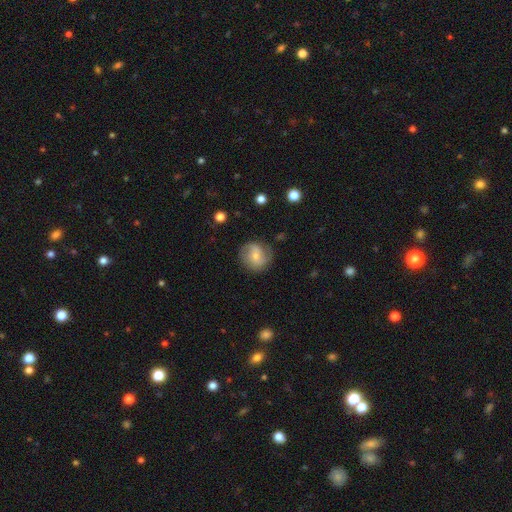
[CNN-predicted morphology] This appears to be a featured or disk galaxy (55%) with no bar (51%), spiral arms (86%) and a small central bulge (59%). Merging: none (75%).